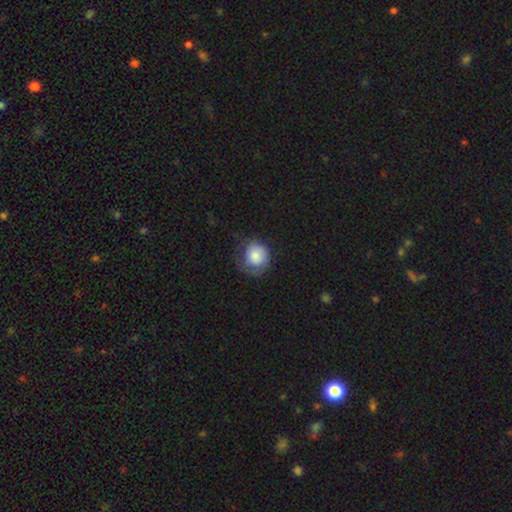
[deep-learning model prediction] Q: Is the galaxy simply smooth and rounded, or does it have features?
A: smooth — 79%.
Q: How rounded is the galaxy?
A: round — 85%.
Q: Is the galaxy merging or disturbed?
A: none — 52%.